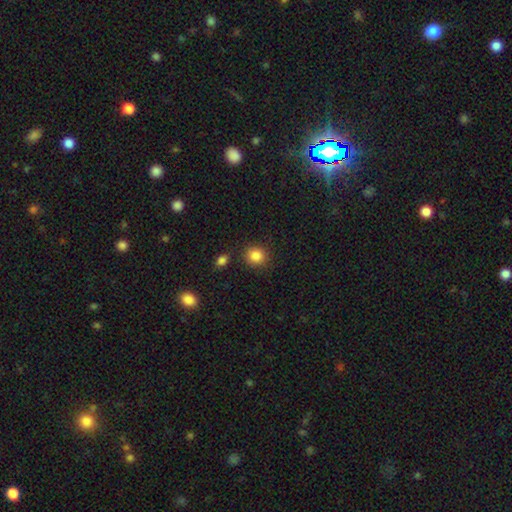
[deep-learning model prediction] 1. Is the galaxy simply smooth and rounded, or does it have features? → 86% smooth, 10% star or artifact, 4% featured or disk.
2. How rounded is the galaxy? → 83% round, 16% in between, 1% cigar-shaped.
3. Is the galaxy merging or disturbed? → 85% none, 8% minor disturbance, 4% merger, 3% major disturbance.